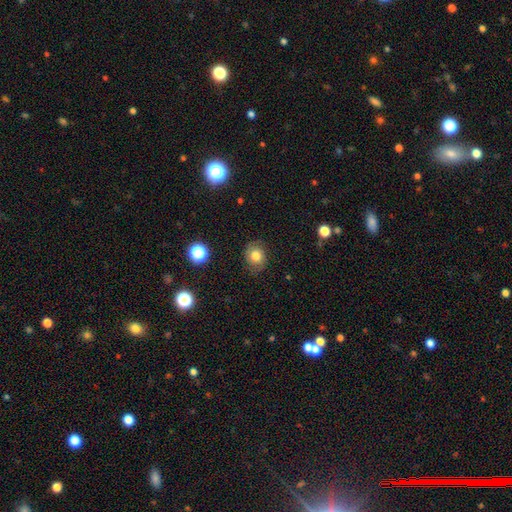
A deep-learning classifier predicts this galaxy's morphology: type=smooth (60%); roundness=round (65%); merging=none (79%).